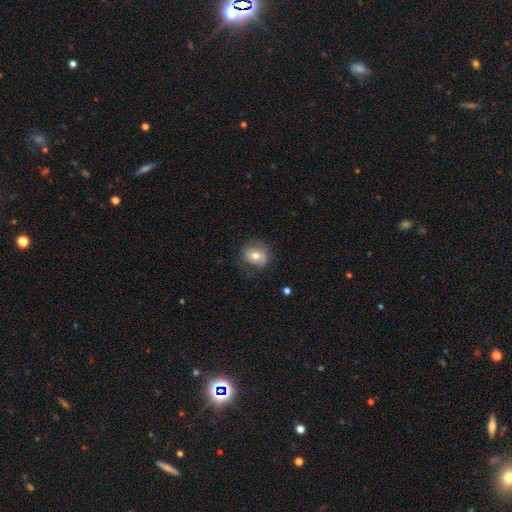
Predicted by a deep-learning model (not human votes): Smooth or featured? smooth (59%)
How rounded? round (62%)
Merging? none (69%)